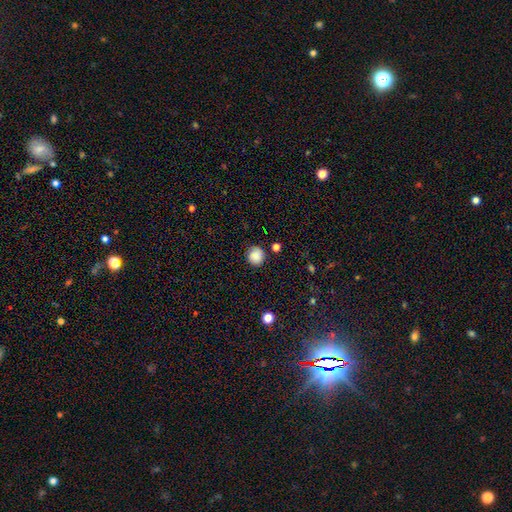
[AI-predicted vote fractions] This is clearly a smooth galaxy (86%). How rounded: clearly round (91%). Merging: clearly none (85%).